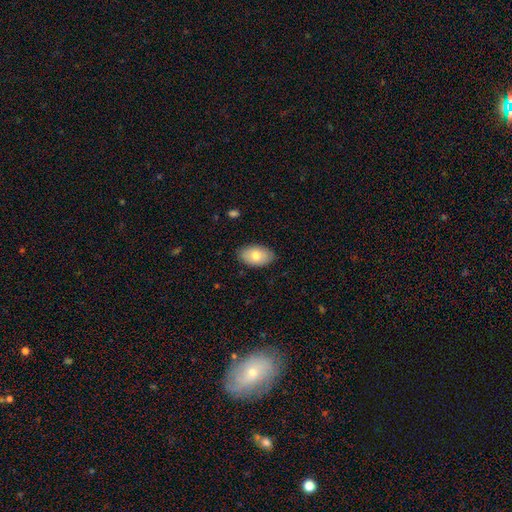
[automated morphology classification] This is likely a smooth galaxy (79%). How rounded: clearly in between (93%). Merging: clearly none (85%).